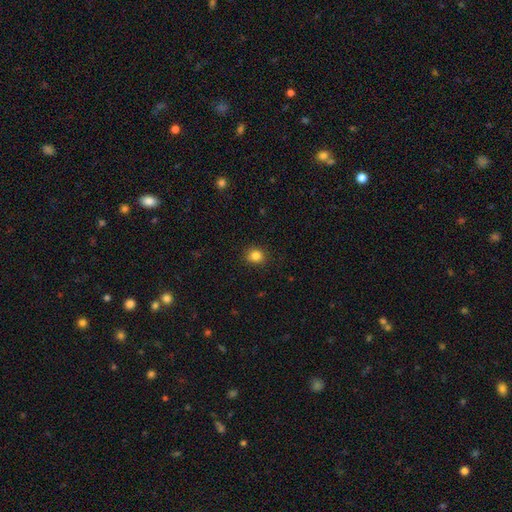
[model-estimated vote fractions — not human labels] smooth-or-featured: smooth: 85% | star or artifact: 11% | featured or disk: 4%
  how-rounded: round: 74% | in between: 25% | cigar-shaped: 1%
  merging: none: 87% | minor disturbance: 9% | major disturbance: 2% | merger: 1%